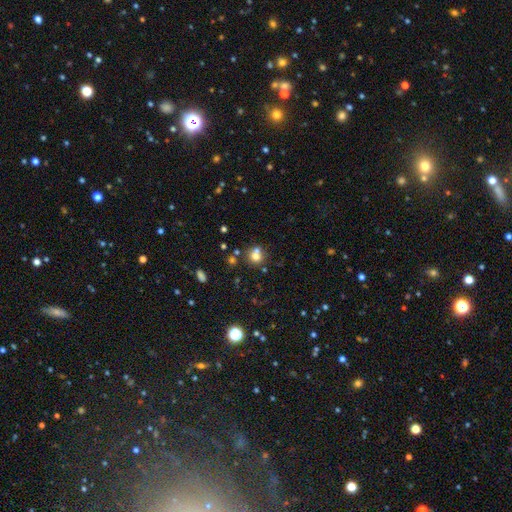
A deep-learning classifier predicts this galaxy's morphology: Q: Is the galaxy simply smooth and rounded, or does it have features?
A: smooth — 70%.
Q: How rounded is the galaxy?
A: round — 85%.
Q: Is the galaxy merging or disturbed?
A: none — 51%.